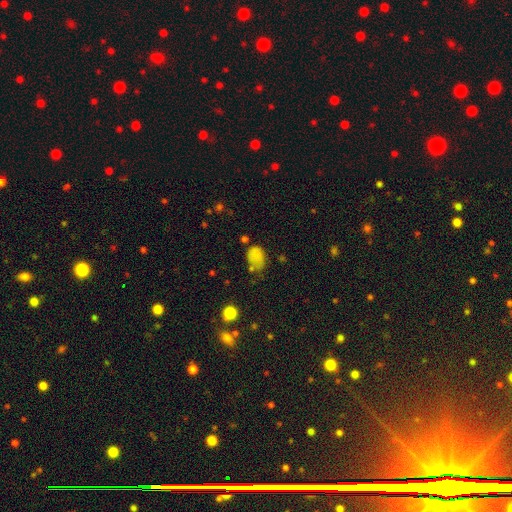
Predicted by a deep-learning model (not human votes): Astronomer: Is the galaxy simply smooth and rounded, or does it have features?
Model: smooth — 77%.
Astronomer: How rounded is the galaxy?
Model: in between — 71%.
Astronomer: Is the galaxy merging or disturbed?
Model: none — 44% (runner-up: minor disturbance, 32%).